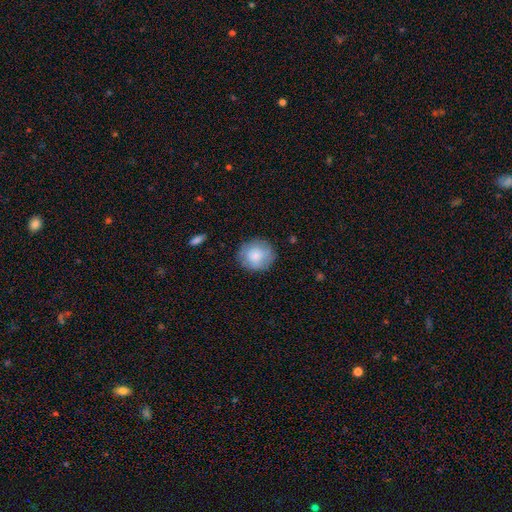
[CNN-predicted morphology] The model was most divided on "smooth or featured": smooth: 78%, featured or disk: 15%, star or artifact: 7%. More confident: how rounded — round (84%); merging — none (81%).